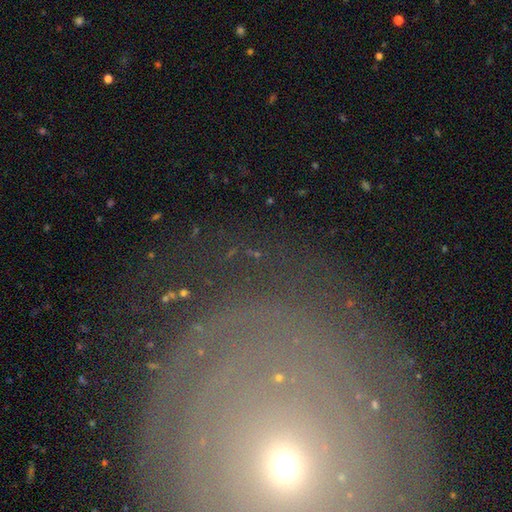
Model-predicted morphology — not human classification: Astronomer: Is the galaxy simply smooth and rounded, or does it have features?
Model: featured or disk — 67%.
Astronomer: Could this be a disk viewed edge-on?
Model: no — 92%.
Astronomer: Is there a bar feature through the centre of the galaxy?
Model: no — 72%.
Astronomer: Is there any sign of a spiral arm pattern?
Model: yes — 72%.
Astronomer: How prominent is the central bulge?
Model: small — 60%.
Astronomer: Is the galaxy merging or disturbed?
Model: none — 77%.